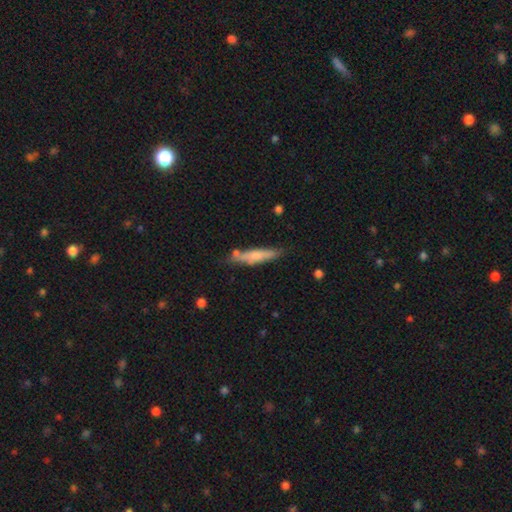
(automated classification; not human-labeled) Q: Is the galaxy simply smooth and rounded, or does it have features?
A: smooth — 64%.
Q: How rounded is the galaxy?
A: cigar-shaped — 84%.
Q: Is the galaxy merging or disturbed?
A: none — 69%.